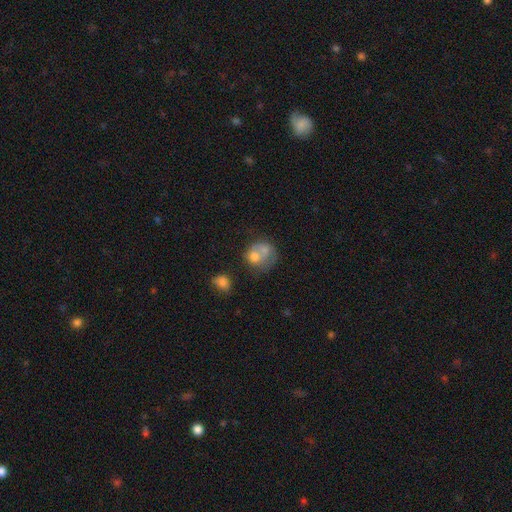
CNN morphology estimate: smooth 57%, featured or disk 32%, star or artifact 11%. Down the decision tree: how rounded — round (67%); merging — merger (48%).